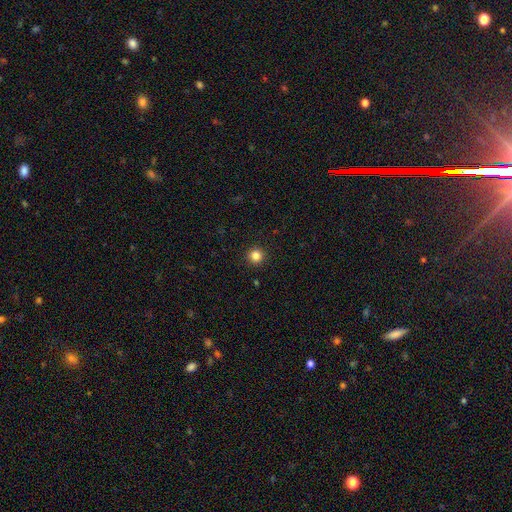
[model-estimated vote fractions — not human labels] This appears to be a smooth galaxy with no disk features (84%) that is round (95%). Merging: none (93%).